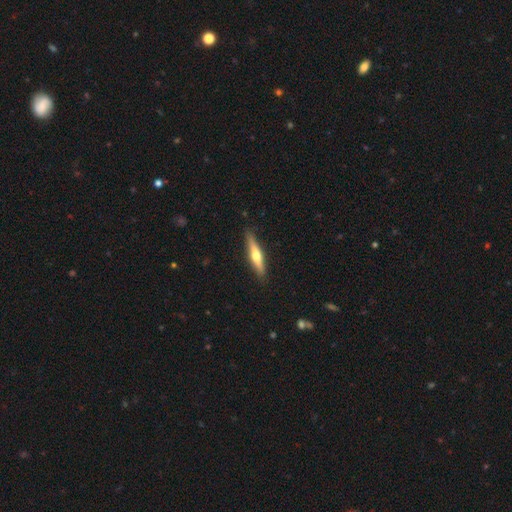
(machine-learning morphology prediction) smooth-or-featured: featured or disk: 56% | smooth: 39% | star or artifact: 5%
  disk-edge-on: yes: 95% | no: 5%
    edge-on-bulge: rounded: 92% | none: 5% | boxy: 3%
  merging: none: 89% | minor disturbance: 8% | major disturbance: 2% | merger: 1%